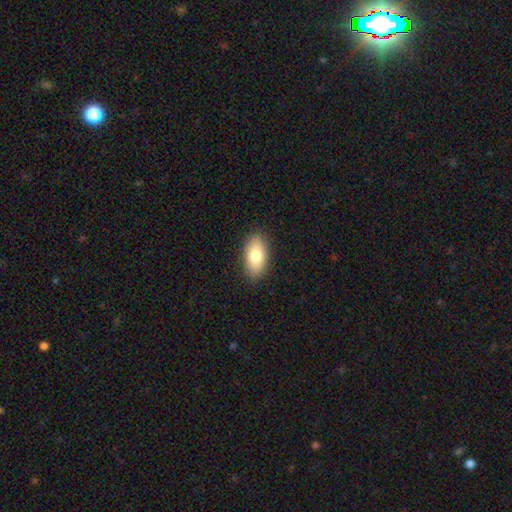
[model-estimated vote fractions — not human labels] Q: Smooth or featured?
A: smooth (80%); runner-up: featured or disk (13%)
Q: How rounded?
A: in between (92%); runner-up: cigar-shaped (5%)
Q: Merging?
A: none (89%); runner-up: minor disturbance (8%)